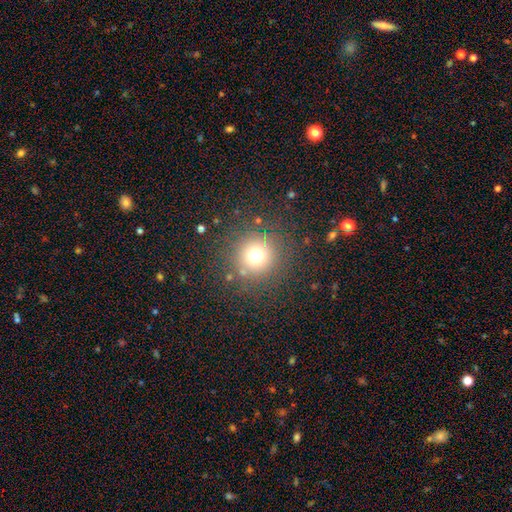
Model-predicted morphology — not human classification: A smooth galaxy with no disk features (71%) that is round (94%).

Vote fractions:
- Smooth or featured? smooth: 71% / star or artifact: 19% / featured or disk: 10%
- How rounded? round: 94% / in between: 5% / cigar-shaped: 1%
- Merging? none: 84% / minor disturbance: 8% / major disturbance: 5% / merger: 2%